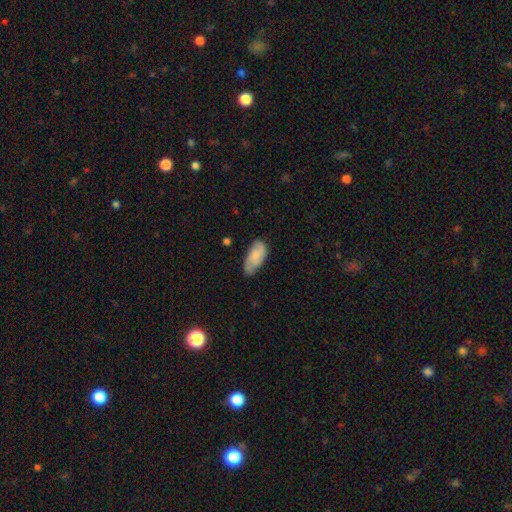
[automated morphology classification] Smooth or featured? Predicted: smooth (p=0.74). How rounded? Predicted: in between (p=0.91). Merging? Predicted: none (p=0.59).